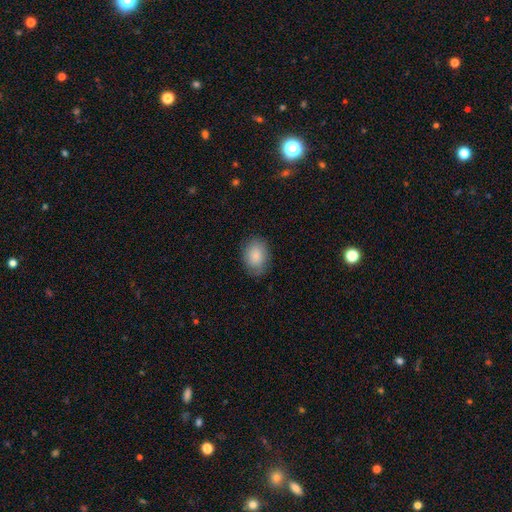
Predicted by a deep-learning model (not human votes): Q: Smooth or featured?
A: smooth (84%); runner-up: featured or disk (9%)
Q: How rounded?
A: in between (74%); runner-up: round (25%)
Q: Merging?
A: none (82%); runner-up: minor disturbance (14%)